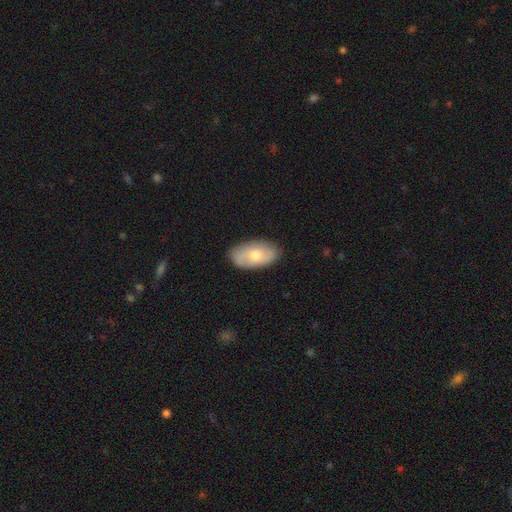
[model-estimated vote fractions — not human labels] smooth 64%, featured or disk 30%, star or artifact 6%. Down the decision tree: how rounded — in between (94%); merging — none (83%).